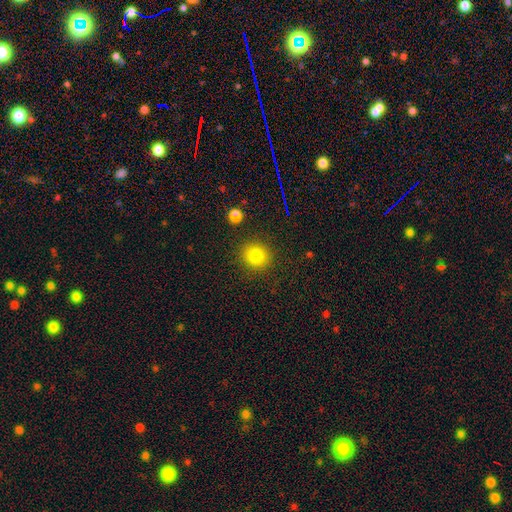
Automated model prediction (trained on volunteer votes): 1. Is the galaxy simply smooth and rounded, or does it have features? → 81% smooth, 13% star or artifact, 6% featured or disk.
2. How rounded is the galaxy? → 89% round, 10% in between, 1% cigar-shaped.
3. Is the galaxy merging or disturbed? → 89% none, 7% minor disturbance, 3% major disturbance, 2% merger.